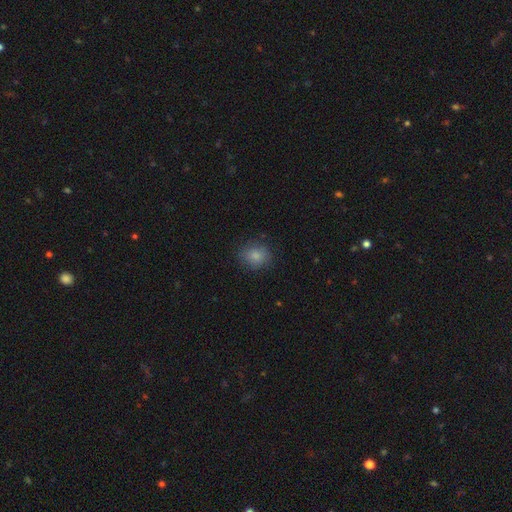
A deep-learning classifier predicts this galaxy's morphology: A smooth galaxy with no disk features (84%) that is round (78%).

Vote fractions:
- Smooth or featured? smooth: 84% / star or artifact: 10% / featured or disk: 6%
- How rounded? round: 78% / in between: 21% / cigar-shaped: 1%
- Merging? none: 82% / minor disturbance: 13% / major disturbance: 4% / merger: 1%